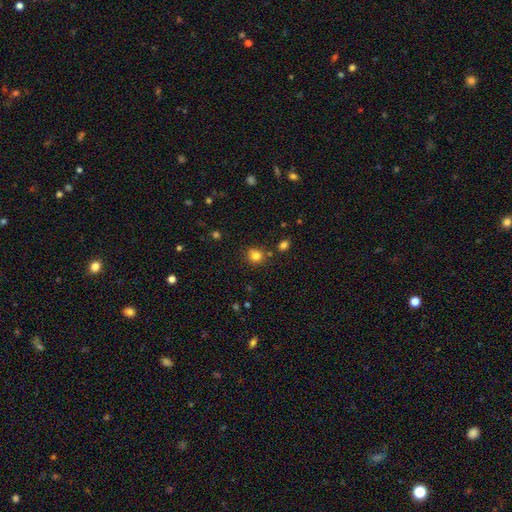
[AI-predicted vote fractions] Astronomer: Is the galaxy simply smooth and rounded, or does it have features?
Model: smooth — 80%.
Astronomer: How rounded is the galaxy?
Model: round — 82%.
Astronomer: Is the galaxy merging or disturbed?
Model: none — 76%.